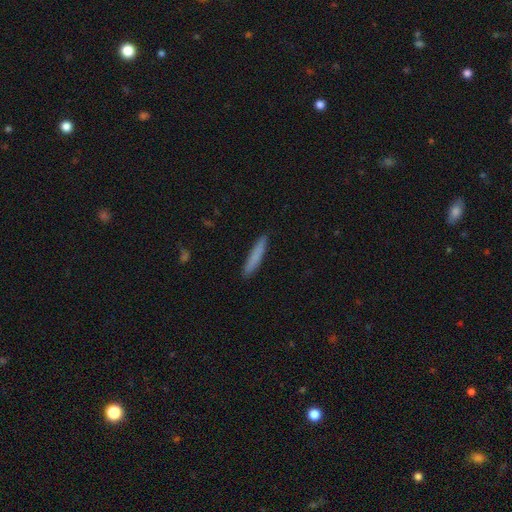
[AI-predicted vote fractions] smooth-or-featured: smooth: 80% | featured or disk: 14% | star or artifact: 6%
  how-rounded: cigar-shaped: 94% | in between: 5% | round: 1%
  merging: none: 90% | minor disturbance: 7% | major disturbance: 1% | merger: 1%